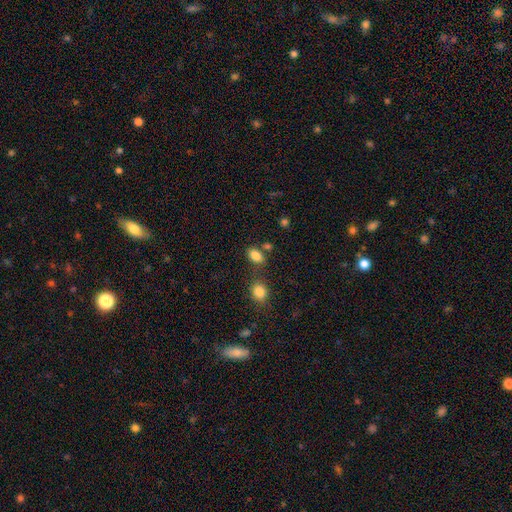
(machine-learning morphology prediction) smooth-or-featured: smooth: 84% | star or artifact: 10% | featured or disk: 5%
  how-rounded: in between: 84% | round: 14% | cigar-shaped: 2%
  merging: none: 66% | merger: 15% | minor disturbance: 14% | major disturbance: 5%